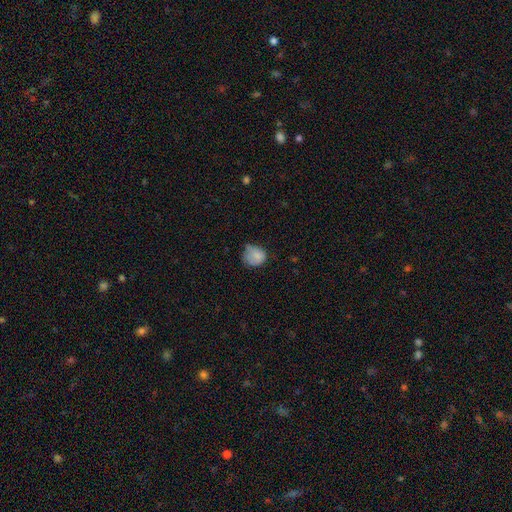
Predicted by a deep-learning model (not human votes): This appears to be a smooth galaxy with no disk features (77%) that is round (72%). Merging: none (43%).